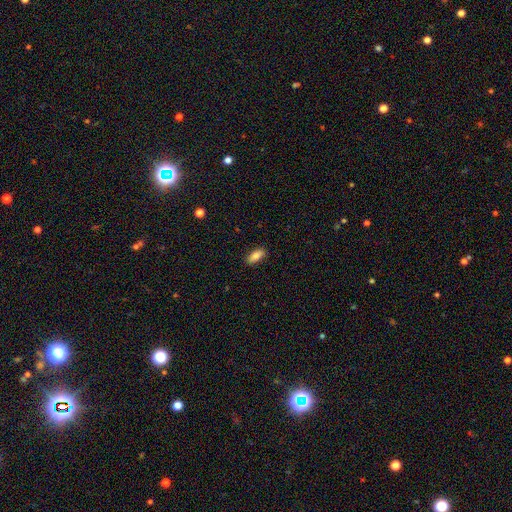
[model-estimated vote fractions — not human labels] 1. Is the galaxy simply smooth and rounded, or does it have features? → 83% smooth, 10% featured or disk, 7% star or artifact.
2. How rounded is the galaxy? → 84% in between, 14% cigar-shaped, 3% round.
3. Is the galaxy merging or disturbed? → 88% none, 9% minor disturbance, 2% major disturbance, 1% merger.